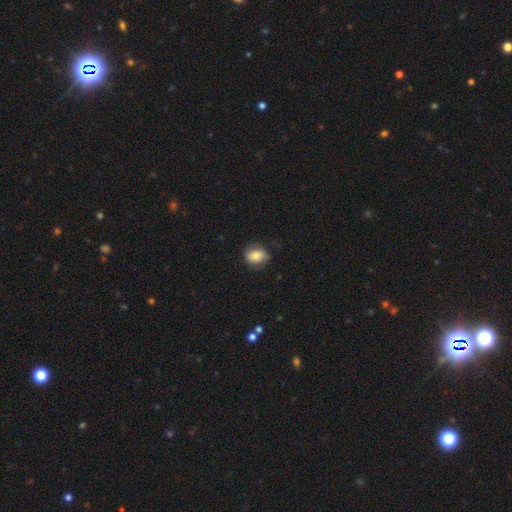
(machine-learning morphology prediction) This appears to be a smooth galaxy with no disk features (77%) that is round (50%). Merging: none (72%).